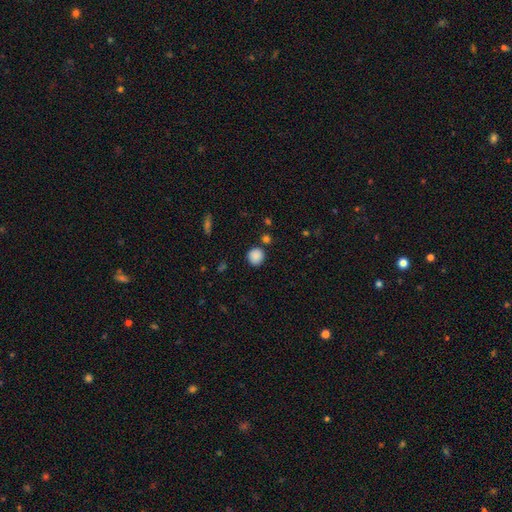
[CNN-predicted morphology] This is clearly a smooth galaxy (87%). How rounded: clearly round (90%). Merging: clearly none (83%).